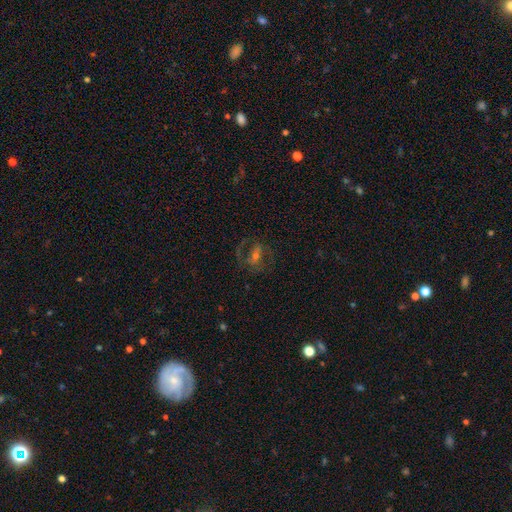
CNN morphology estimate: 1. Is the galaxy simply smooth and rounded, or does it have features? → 62% featured or disk, 23% smooth, 15% star or artifact.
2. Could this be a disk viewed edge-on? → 95% no, 5% yes.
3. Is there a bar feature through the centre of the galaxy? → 38% weak, 34% no, 27% strong.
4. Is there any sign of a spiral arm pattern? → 67% yes, 33% no.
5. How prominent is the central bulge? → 48% small, 40% moderate, 5% large, 5% none, 2% dominant.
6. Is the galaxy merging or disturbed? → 68% none, 16% major disturbance, 14% minor disturbance, 2% merger.